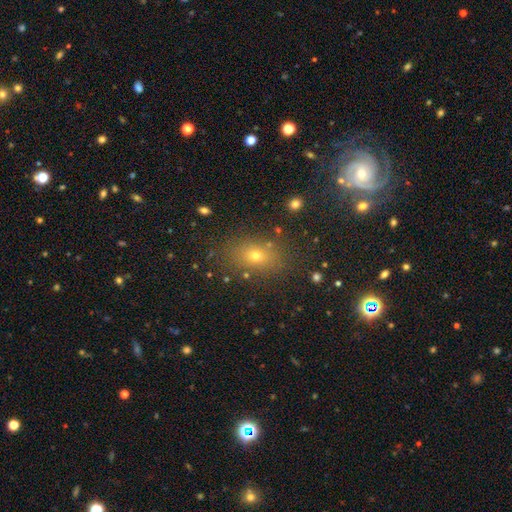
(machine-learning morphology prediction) Smooth or featured? smooth (66%)
How rounded? in between (69%)
Merging? none (82%)